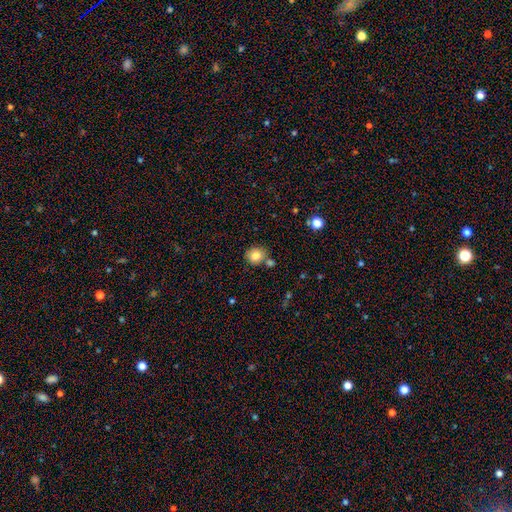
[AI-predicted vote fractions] smooth-or-featured: smooth: 81% | star or artifact: 10% | featured or disk: 8%
  how-rounded: round: 84% | in between: 15% | cigar-shaped: 1%
  merging: none: 73% | merger: 13% | minor disturbance: 11% | major disturbance: 3%